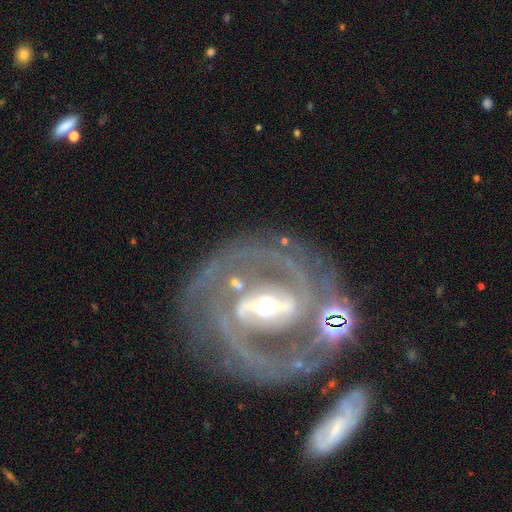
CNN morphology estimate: Q: Smooth or featured?
A: featured or disk (91%); runner-up: star or artifact (6%)
Q: Edge-on disk?
A: no (97%); runner-up: yes (3%)
Q: Bar?
A: strong (67%); runner-up: weak (25%)
Q: Spiral arms?
A: yes (97%); runner-up: no (3%)
Q: Spiral winding?
A: tight (48%); runner-up: medium (44%)
Q: Spiral arm count?
A: 2 (79%); runner-up: 3 (8%)
Q: Bulge size?
A: moderate (61%); runner-up: small (29%)
Q: Merging?
A: none (71%); runner-up: minor disturbance (14%)